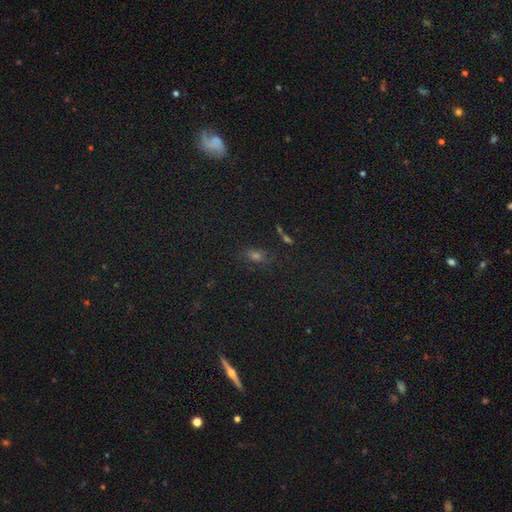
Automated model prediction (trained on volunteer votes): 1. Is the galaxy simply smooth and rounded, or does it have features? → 52% smooth, 36% star or artifact, 12% featured or disk.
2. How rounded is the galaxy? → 72% in between, 20% round, 8% cigar-shaped.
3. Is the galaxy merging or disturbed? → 72% none, 15% minor disturbance, 6% merger, 6% major disturbance.